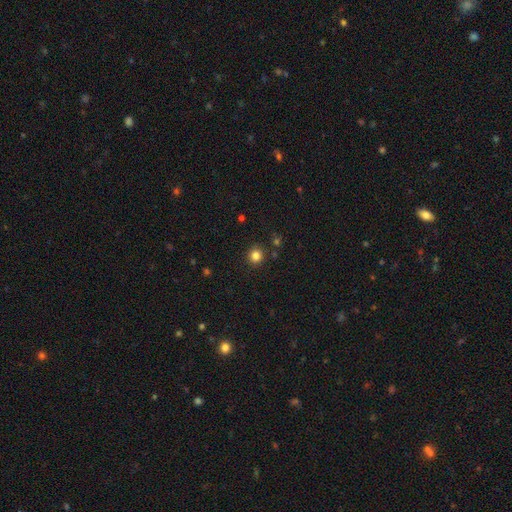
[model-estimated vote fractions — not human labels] smooth-or-featured: smooth: 82% | star or artifact: 13% | featured or disk: 5%
  how-rounded: round: 92% | in between: 7% | cigar-shaped: 1%
  merging: none: 89% | minor disturbance: 7% | merger: 3% | major disturbance: 2%